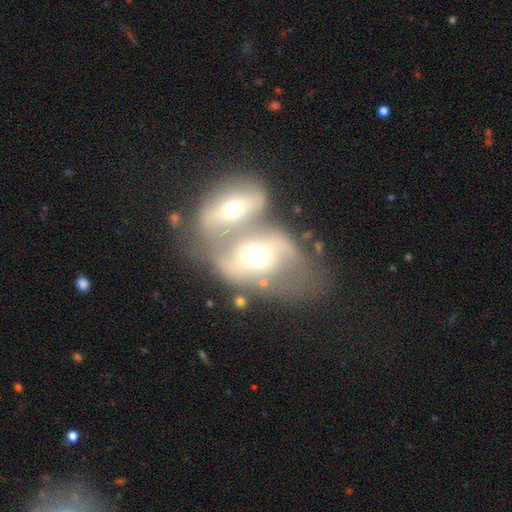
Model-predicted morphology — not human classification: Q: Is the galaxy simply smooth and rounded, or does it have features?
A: featured or disk — 67%.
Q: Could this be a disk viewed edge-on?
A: no — 92%.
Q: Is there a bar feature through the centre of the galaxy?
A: no — 46%.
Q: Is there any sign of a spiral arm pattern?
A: yes — 76%.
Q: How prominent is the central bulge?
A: moderate — 66%.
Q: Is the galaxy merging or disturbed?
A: merger — 71%.